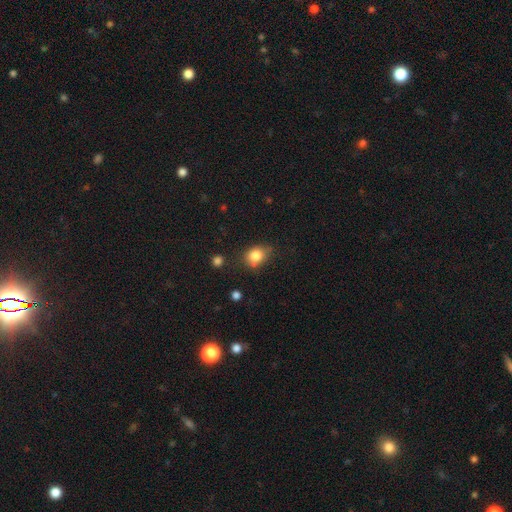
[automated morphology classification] A smooth galaxy with no disk features (82%) that is in between round and cigar-shaped (53%). Merging: none (67%).